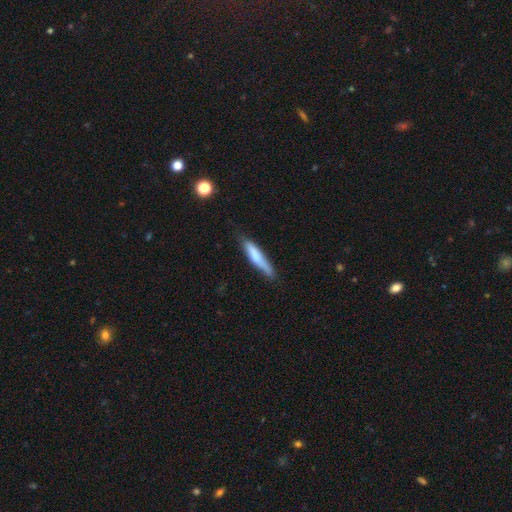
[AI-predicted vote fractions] A smooth galaxy with no disk features (73%) that is cigar-shaped (86%). Merging: none (66%).